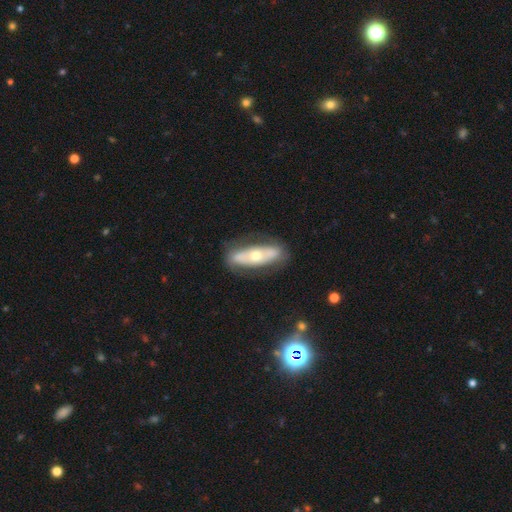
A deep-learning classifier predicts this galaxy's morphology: A featured or disk galaxy (54%).

Vote fractions:
- Smooth or featured? featured or disk: 54% / smooth: 40% / star or artifact: 6%
- Edge-on disk? no: 67% / yes: 33%
- Merging? none: 77% / minor disturbance: 15% / major disturbance: 6% / merger: 2%